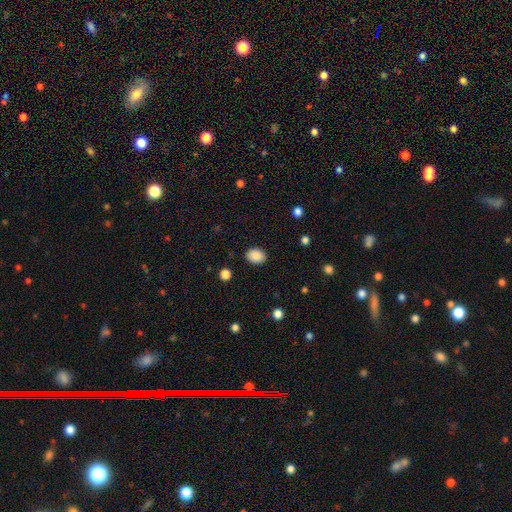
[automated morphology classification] smooth 89%, star or artifact 8%, featured or disk 4%. Down the decision tree: how rounded — in between (72%); merging — none (88%).